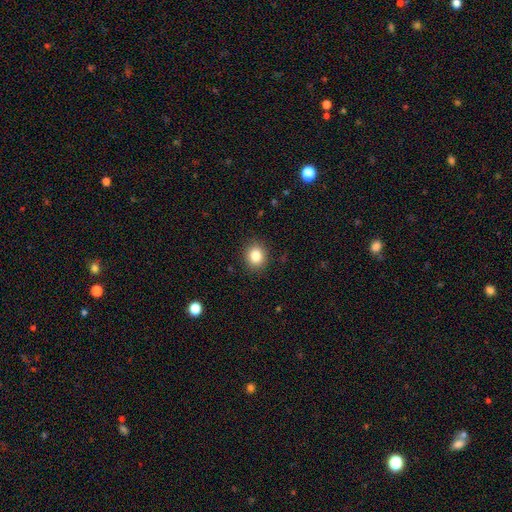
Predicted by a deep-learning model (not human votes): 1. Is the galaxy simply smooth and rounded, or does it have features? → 84% smooth, 10% star or artifact, 6% featured or disk.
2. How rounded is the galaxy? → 76% round, 23% in between, 1% cigar-shaped.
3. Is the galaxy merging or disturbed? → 90% none, 7% minor disturbance, 2% major disturbance, 1% merger.